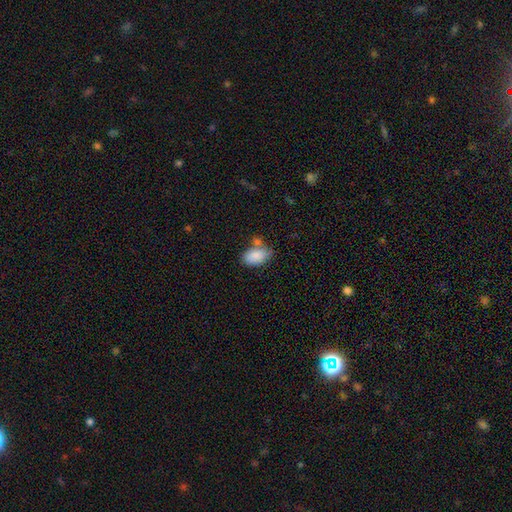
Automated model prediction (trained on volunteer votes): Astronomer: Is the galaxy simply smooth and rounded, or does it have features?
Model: smooth — 86%.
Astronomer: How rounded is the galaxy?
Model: in between — 92%.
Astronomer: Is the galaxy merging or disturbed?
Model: none — 55%.